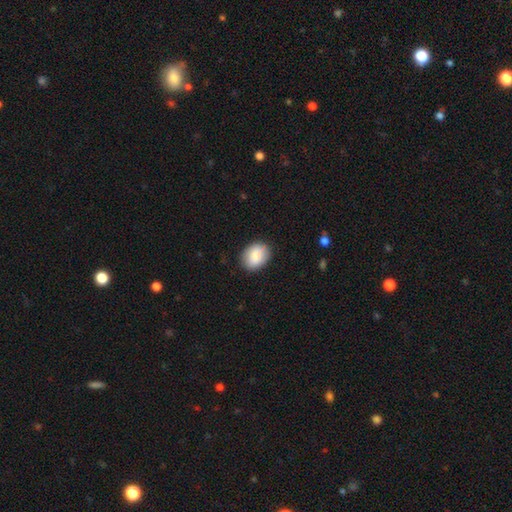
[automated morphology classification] This appears to be a smooth galaxy with no disk features (86%) that is in between round and cigar-shaped (59%). Merging: none (87%).